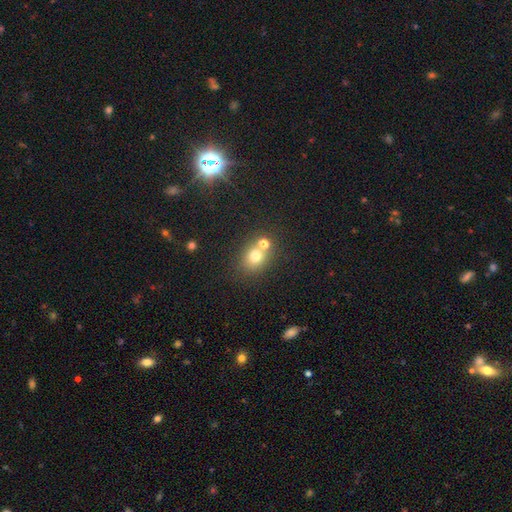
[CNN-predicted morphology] smooth-or-featured: smooth: 73% | star or artifact: 16% | featured or disk: 12%
  how-rounded: round: 67% | in between: 32% | cigar-shaped: 1%
  merging: none: 56% | merger: 31% | minor disturbance: 9% | major disturbance: 4%